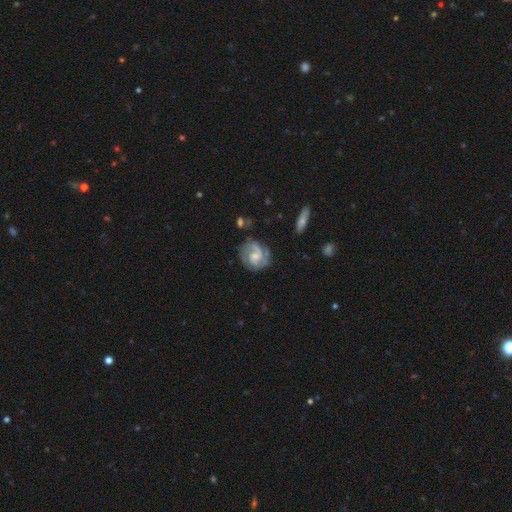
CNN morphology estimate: type=featured or disk (78%); edge-on=no (98%); bar=no (51%); spiral arms=yes (92%); winding=tight (47%); arm count=2 (64%); bulge=moderate (43%); merging=none (67%).